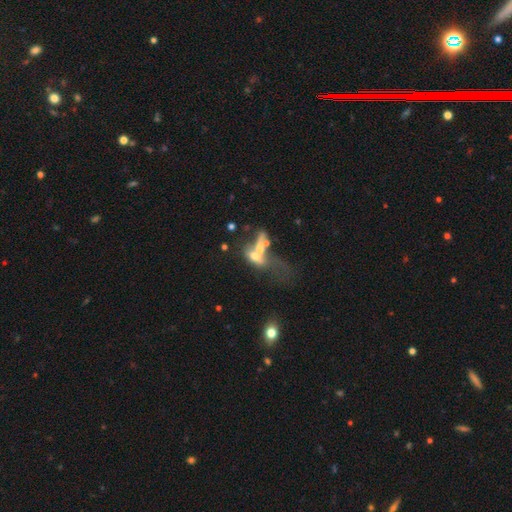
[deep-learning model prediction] This appears to be a smooth galaxy with no disk features (45%). Merging: merger (61%).